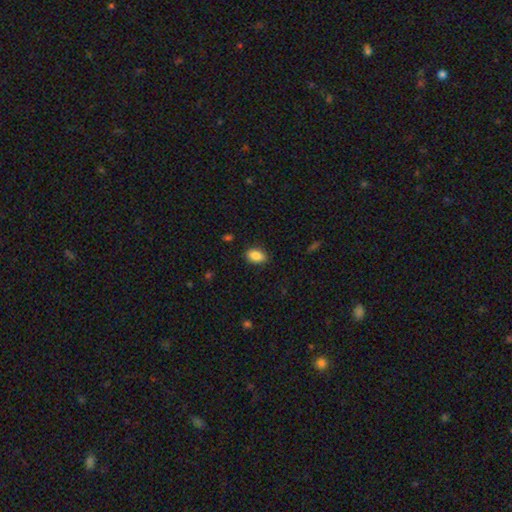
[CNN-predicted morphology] type=smooth (88%); roundness=in between (91%); merging=none (87%).